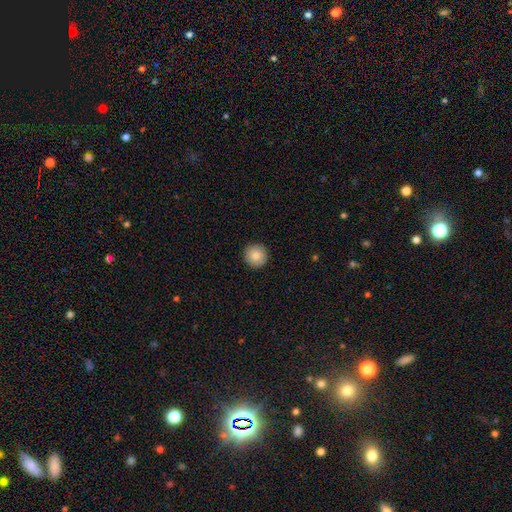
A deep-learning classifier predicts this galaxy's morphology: smooth-or-featured: smooth: 85% | star or artifact: 8% | featured or disk: 7%
  how-rounded: round: 95% | in between: 4% | cigar-shaped: 1%
  merging: none: 93% | minor disturbance: 5% | major disturbance: 1% | merger: 1%